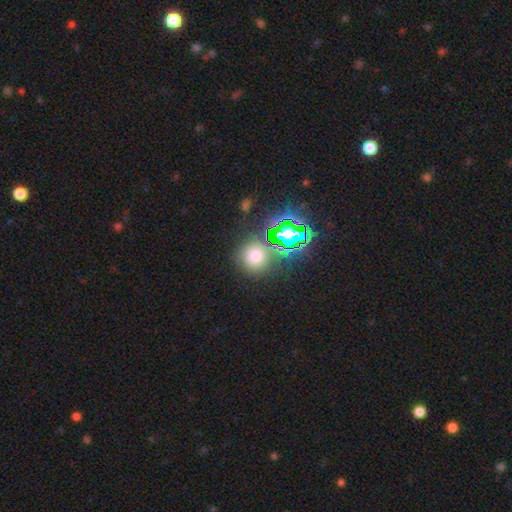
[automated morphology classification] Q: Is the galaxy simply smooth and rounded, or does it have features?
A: smooth — 59%.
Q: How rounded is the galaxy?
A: round — 89%.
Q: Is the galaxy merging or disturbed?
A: none — 77%.